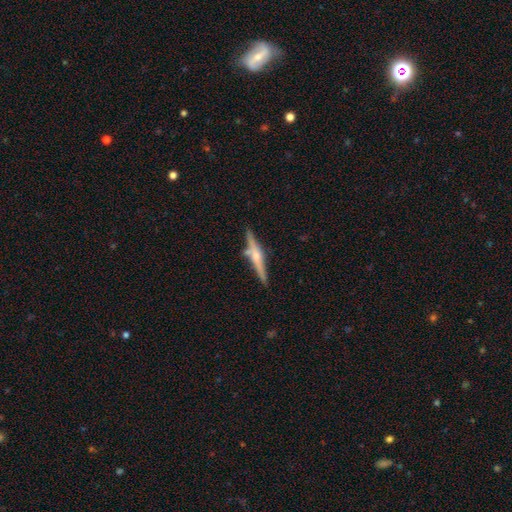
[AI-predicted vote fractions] Q: Smooth or featured?
A: featured or disk (66%); runner-up: smooth (28%)
Q: Edge-on disk?
A: yes (97%); runner-up: no (3%)
Q: Edge-on bulge?
A: rounded (79%); runner-up: none (11%)
Q: Merging?
A: none (76%); runner-up: minor disturbance (13%)